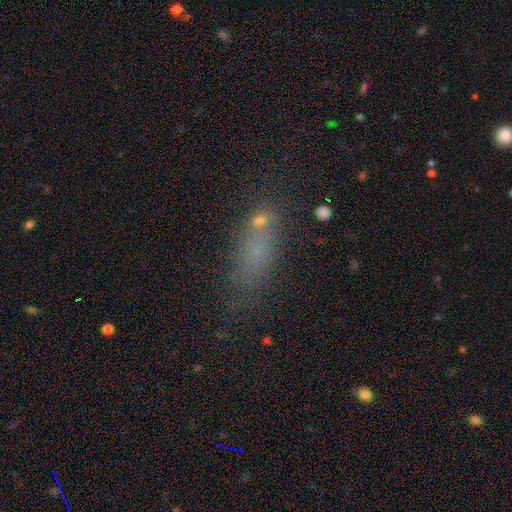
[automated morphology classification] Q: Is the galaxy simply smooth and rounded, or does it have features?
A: smooth — 60%.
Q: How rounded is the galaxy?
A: in between — 61%.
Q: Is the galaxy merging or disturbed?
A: none — 49%.